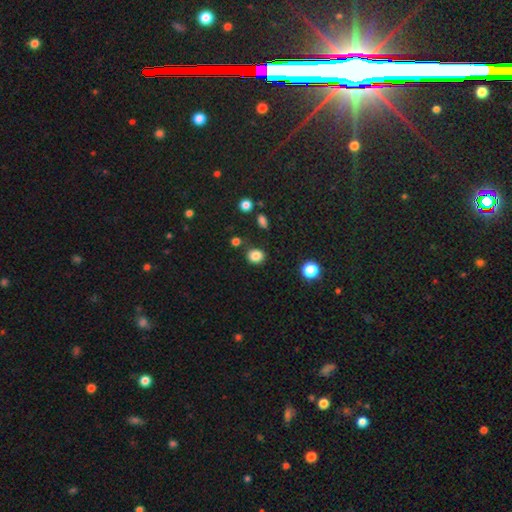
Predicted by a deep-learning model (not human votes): Overall: smooth (84%). How rounded: round (70%). Merging: none (83%).